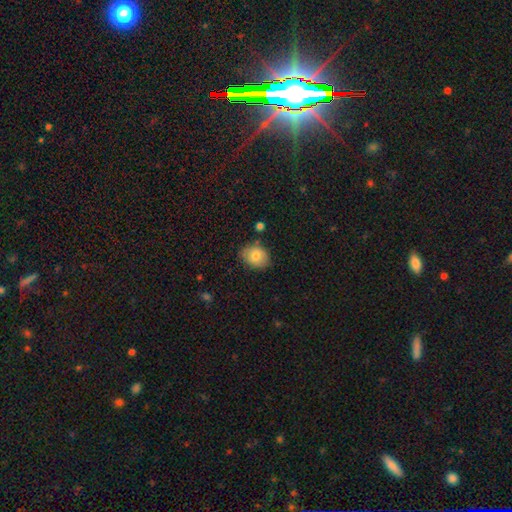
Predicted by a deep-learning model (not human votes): Smooth or featured? Predicted: smooth (p=0.81). How rounded? Predicted: in between (p=0.56). Merging? Predicted: none (p=0.73).